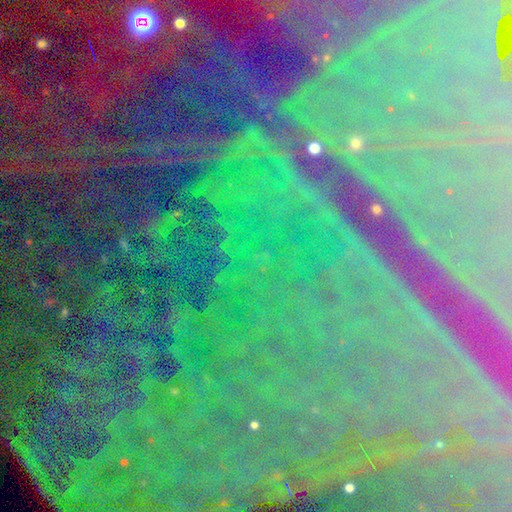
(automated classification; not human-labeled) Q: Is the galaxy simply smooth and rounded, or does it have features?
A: star or artifact — 89%.